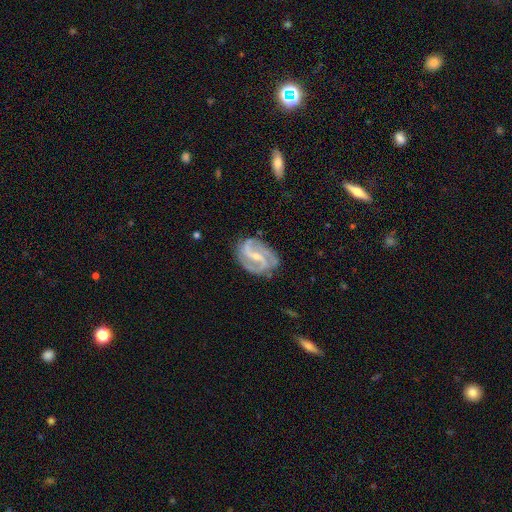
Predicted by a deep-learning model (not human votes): smooth-or-featured: featured or disk: 91% | smooth: 5% | star or artifact: 4%
  disk-edge-on: no: 97% | yes: 3%
    bar: strong: 42% | weak: 39% | no: 19%
    has-spiral-arms: yes: 97% | no: 3%
      spiral-winding: medium: 50% | loose: 25% | tight: 25%
      spiral-arm-count: 2: 75% | 3: 12% | can't tell: 5% | 4: 3% | 1: 3% | more than 4: 2%
    bulge-size: small: 66% | moderate: 31% | none: 2% | large: 1% | dominant: 1%
  merging: none: 75% | minor disturbance: 18% | major disturbance: 6% | merger: 2%